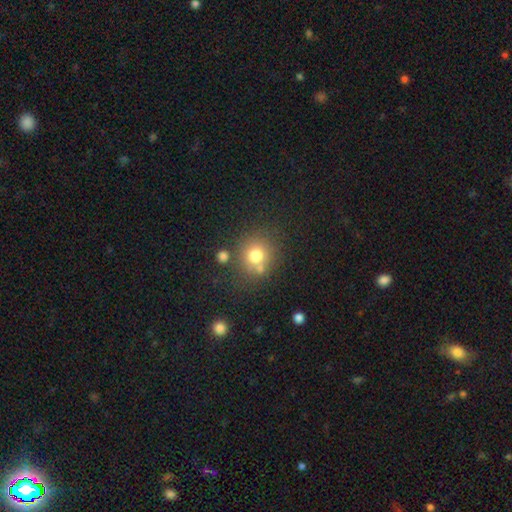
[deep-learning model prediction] A smooth galaxy with no disk features (75%) that is round (86%).

Vote fractions:
- Smooth or featured? smooth: 75% / star or artifact: 14% / featured or disk: 11%
- How rounded? round: 86% / in between: 13% / cigar-shaped: 1%
- Merging? none: 68% / merger: 17% / minor disturbance: 11% / major disturbance: 4%